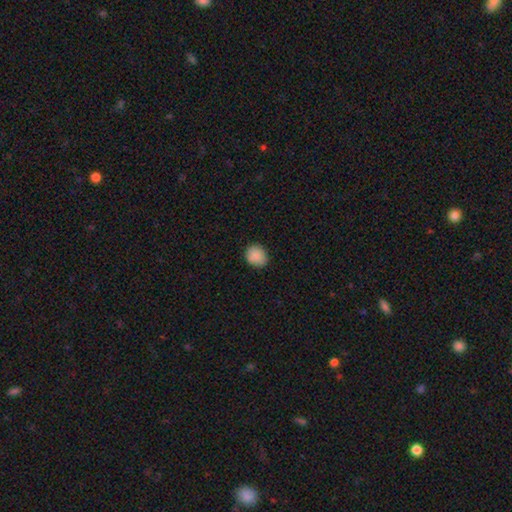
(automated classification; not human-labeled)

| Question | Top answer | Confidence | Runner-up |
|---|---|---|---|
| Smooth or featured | smooth | 88% | star or artifact (8%) |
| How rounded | round | 66% | in between (33%) |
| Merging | none | 84% | minor disturbance (13%) |